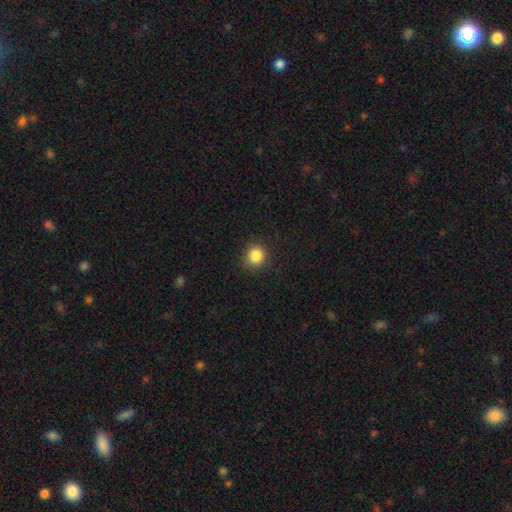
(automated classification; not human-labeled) Smooth or featured? smooth (86%)
How rounded? round (90%)
Merging? none (88%)